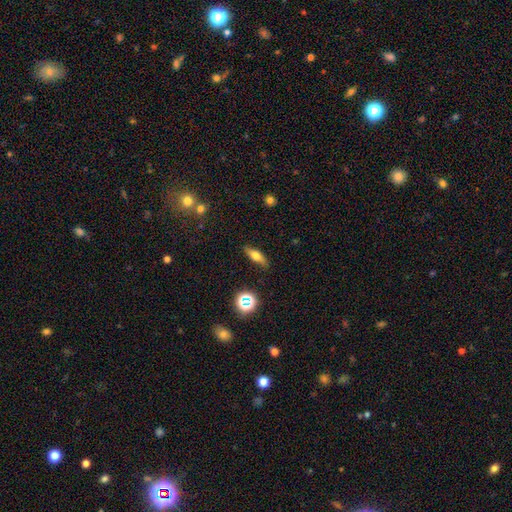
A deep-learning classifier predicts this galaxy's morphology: Smooth or featured?
  - smooth: 55% *
  - featured or disk: 34%
  - star or artifact: 11%
How rounded?
  - cigar-shaped: 50% *
  - in between: 44%
  - round: 5%
Merging?
  - none: 83% *
  - minor disturbance: 13%
  - major disturbance: 3%
  - merger: 2%